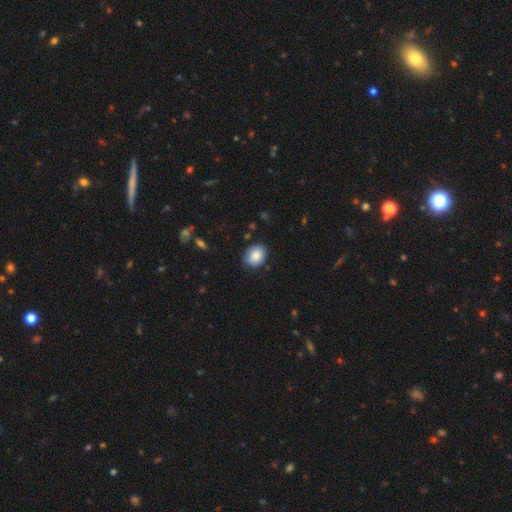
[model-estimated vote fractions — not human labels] smooth 86%, star or artifact 8%, featured or disk 7%. Down the decision tree: how rounded — in between (55%); merging — none (82%).